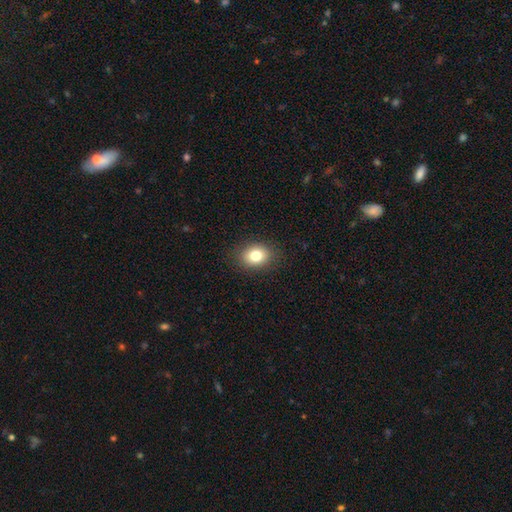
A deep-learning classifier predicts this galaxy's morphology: Smooth or featured? smooth (80%)
How rounded? in between (59%)
Merging? none (88%)